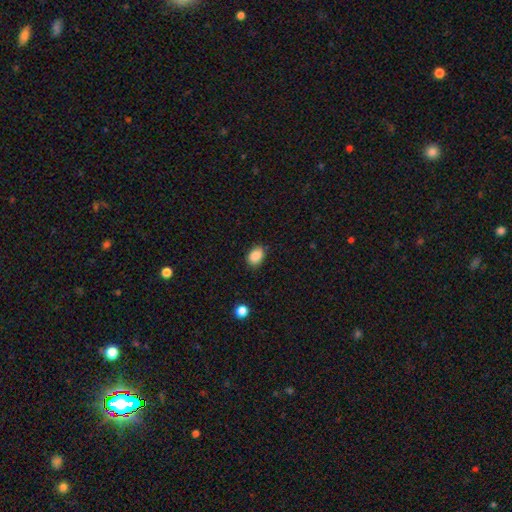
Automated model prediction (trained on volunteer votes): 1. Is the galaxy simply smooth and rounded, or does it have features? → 88% smooth, 8% star or artifact, 4% featured or disk.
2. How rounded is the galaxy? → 80% in between, 19% round, 1% cigar-shaped.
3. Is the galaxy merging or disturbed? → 82% none, 14% minor disturbance, 3% major disturbance, 1% merger.